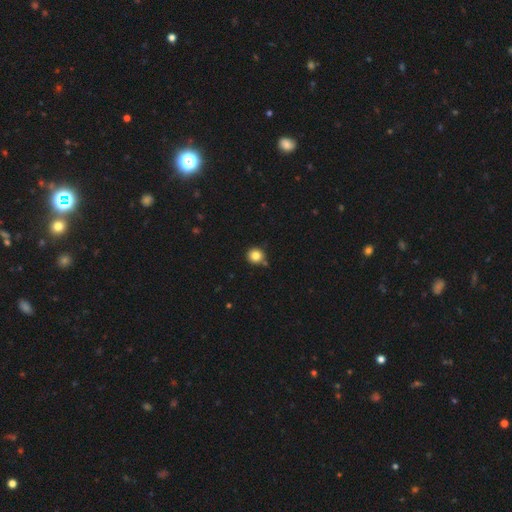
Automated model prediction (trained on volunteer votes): smooth 83%, star or artifact 11%, featured or disk 6%. Down the decision tree: how rounded — round (94%); merging — none (80%).